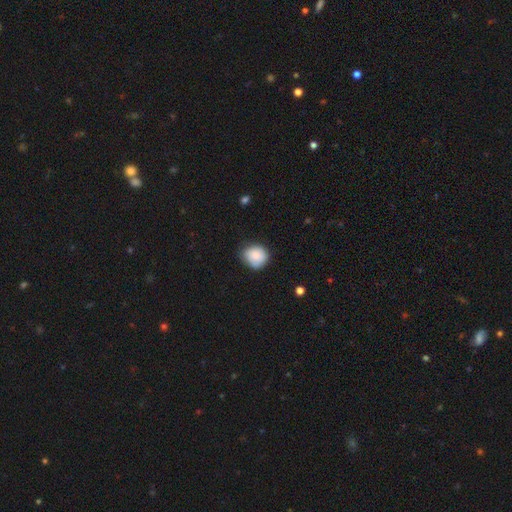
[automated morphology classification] Smooth or featured?
  - smooth: 84% *
  - featured or disk: 8%
  - star or artifact: 8%
How rounded?
  - round: 77% *
  - in between: 22%
  - cigar-shaped: 1%
Merging?
  - none: 68% *
  - minor disturbance: 26%
  - major disturbance: 4%
  - merger: 2%